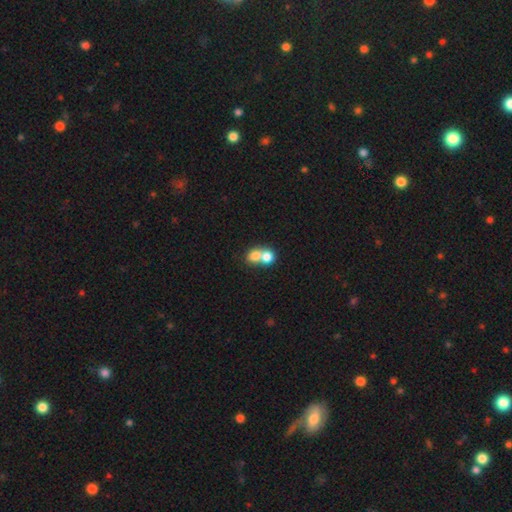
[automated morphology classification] smooth 76%, featured or disk 14%, star or artifact 10%. Down the decision tree: how rounded — round (66%); merging — merger (69%).